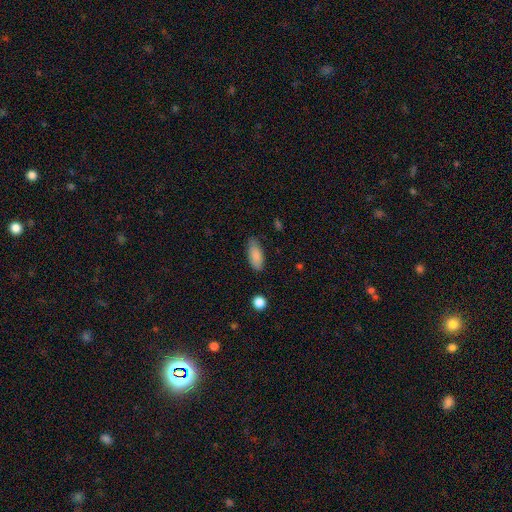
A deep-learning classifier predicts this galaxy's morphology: smooth-or-featured: smooth: 86% | featured or disk: 7% | star or artifact: 7%
  how-rounded: in between: 81% | cigar-shaped: 17% | round: 2%
  merging: none: 81% | minor disturbance: 15% | major disturbance: 3% | merger: 1%